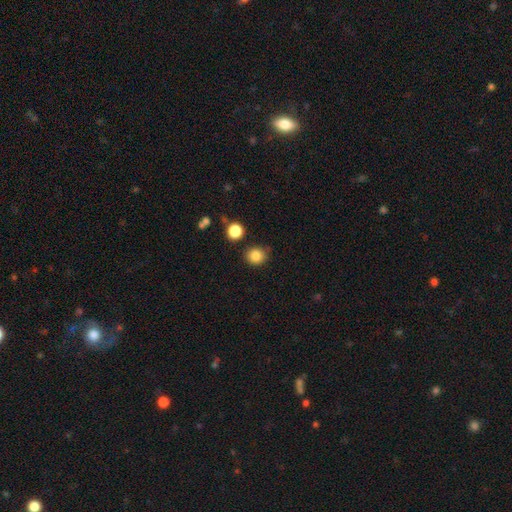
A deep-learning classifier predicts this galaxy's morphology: Smooth or featured? Predicted: smooth (p=0.84). How rounded? Predicted: round (p=0.82). Merging? Predicted: none (p=0.82).